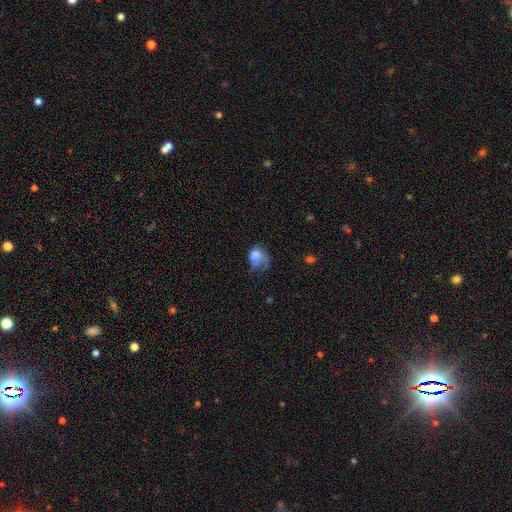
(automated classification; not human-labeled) This is possibly a smooth galaxy (59%). How rounded: possibly in between (56%). Merging: possibly major disturbance (46%).